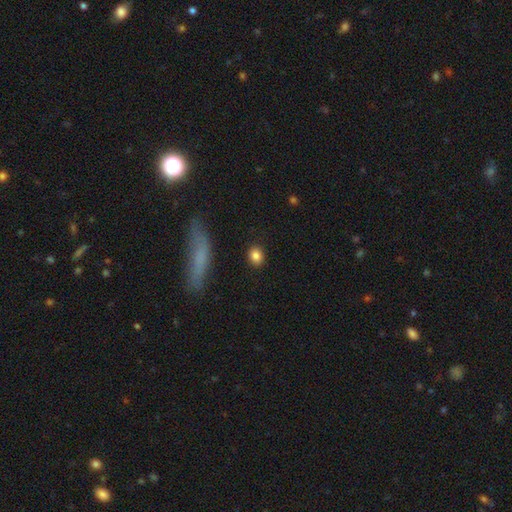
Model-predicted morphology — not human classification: smooth 85%, star or artifact 9%, featured or disk 6%. Down the decision tree: how rounded — round (64%); merging — none (89%).